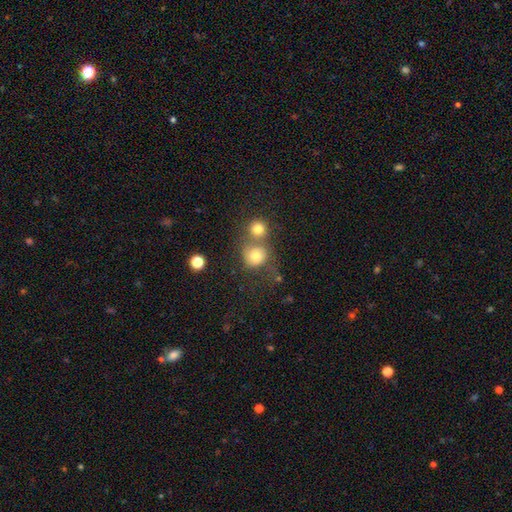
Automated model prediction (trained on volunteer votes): Q: Smooth or featured?
A: smooth (74%); runner-up: featured or disk (14%)
Q: How rounded?
A: round (82%); runner-up: in between (17%)
Q: Merging?
A: merger (44%); runner-up: none (38%)